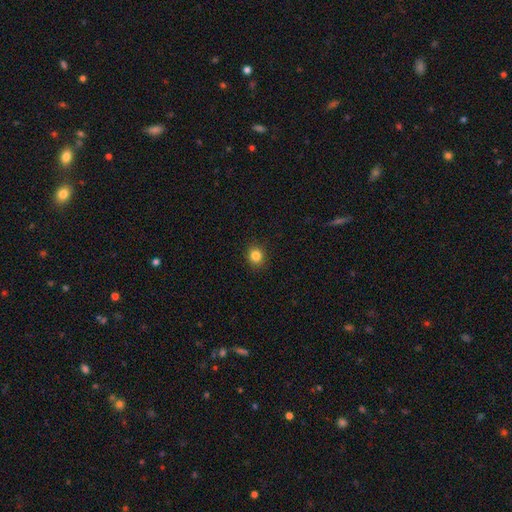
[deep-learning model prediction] Smooth or featured: smooth — 84% (star or artifact — 11%)
How rounded: round — 84% (in between — 15%)
Merging: none — 91% (minor disturbance — 6%)